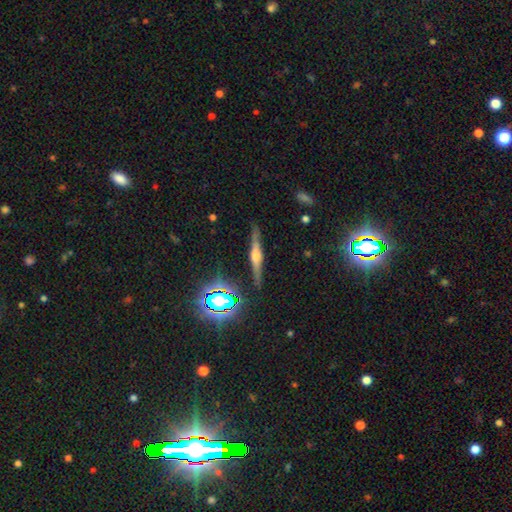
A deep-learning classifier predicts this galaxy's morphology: A featured or disk galaxy (68%) viewed edge-on (97%) with a rounded central bulge (79%).

Vote fractions:
- Smooth or featured? featured or disk: 68% / smooth: 20% / star or artifact: 13%
- Edge-on disk? yes: 97% / no: 3%
- Edge-on bulge? rounded: 79% / boxy: 16% / none: 5%
- Merging? none: 87% / minor disturbance: 9% / major disturbance: 2% / merger: 2%